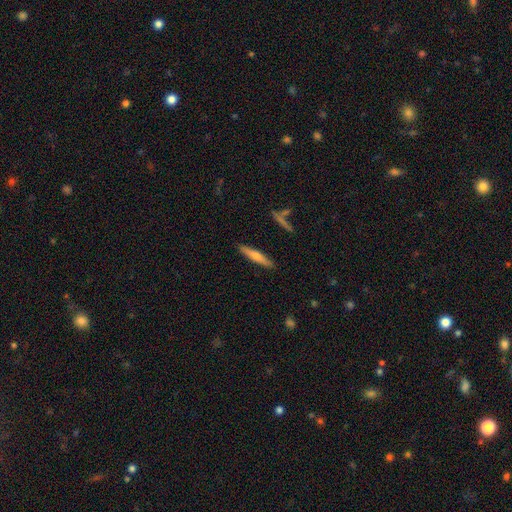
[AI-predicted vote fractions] A smooth galaxy with no disk features (48%). Merging: none (90%).